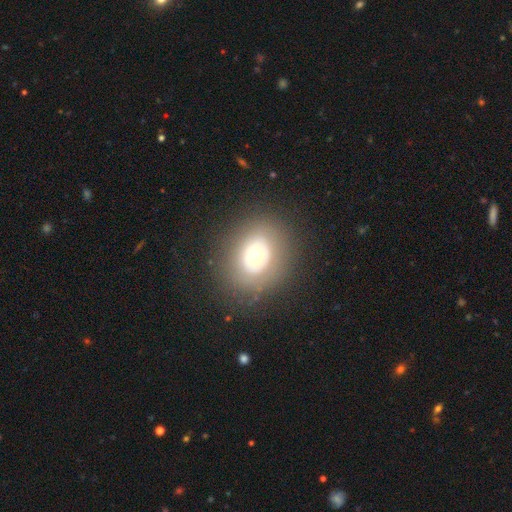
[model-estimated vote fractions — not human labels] Q: Smooth or featured?
A: smooth (59%); runner-up: featured or disk (29%)
Q: How rounded?
A: round (61%); runner-up: in between (38%)
Q: Merging?
A: none (82%); runner-up: minor disturbance (10%)